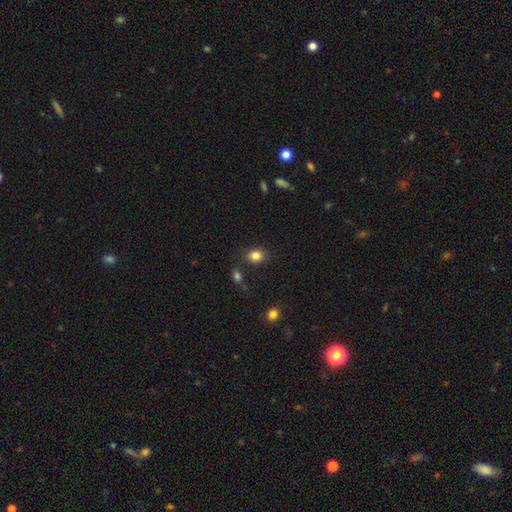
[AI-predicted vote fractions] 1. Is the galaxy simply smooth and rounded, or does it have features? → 83% smooth, 11% star or artifact, 6% featured or disk.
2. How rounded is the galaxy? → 52% round, 47% in between, 1% cigar-shaped.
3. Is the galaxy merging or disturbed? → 79% none, 12% minor disturbance, 5% merger, 4% major disturbance.